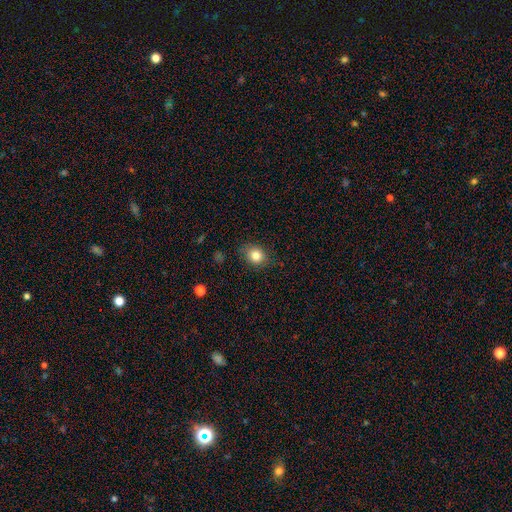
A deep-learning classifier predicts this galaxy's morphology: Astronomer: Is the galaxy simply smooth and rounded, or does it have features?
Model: smooth — 83%.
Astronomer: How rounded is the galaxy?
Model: round — 65%.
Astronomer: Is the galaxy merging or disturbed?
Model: none — 79%.